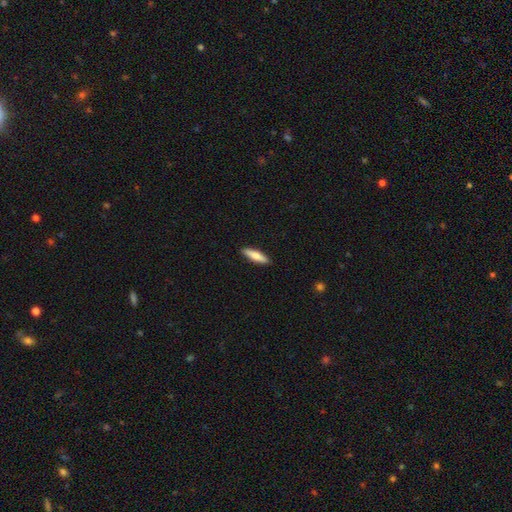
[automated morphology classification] Smooth or featured?
  - smooth: 75% *
  - featured or disk: 20%
  - star or artifact: 5%
How rounded?
  - cigar-shaped: 70% *
  - in between: 28%
  - round: 2%
Merging?
  - none: 90% *
  - minor disturbance: 7%
  - major disturbance: 2%
  - merger: 1%